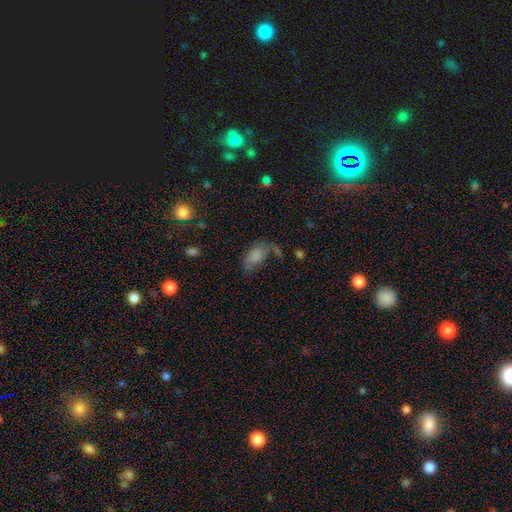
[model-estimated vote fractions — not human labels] Smooth or featured: smooth — 73% (featured or disk — 16%)
How rounded: in between — 92% (round — 5%)
Merging: none — 34% (major disturbance — 28%)